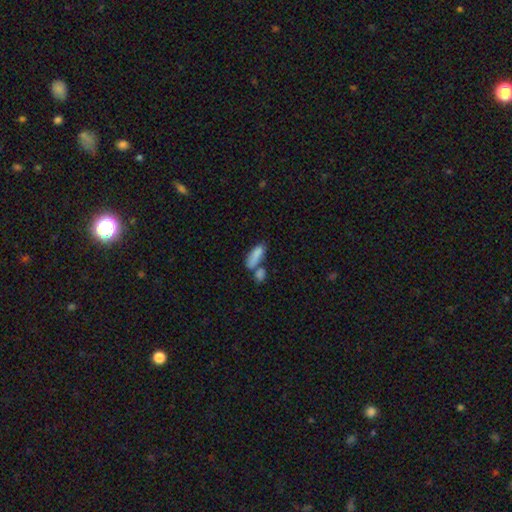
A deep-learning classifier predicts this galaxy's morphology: Q: Smooth or featured?
A: smooth (82%); runner-up: featured or disk (10%)
Q: How rounded?
A: in between (65%); runner-up: cigar-shaped (31%)
Q: Merging?
A: merger (41%); runner-up: none (40%)